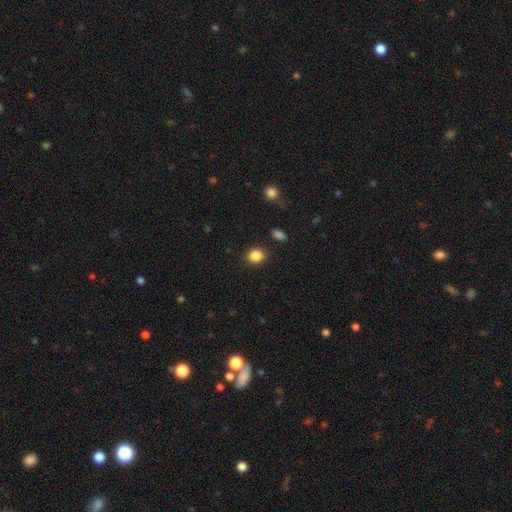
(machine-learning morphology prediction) This is clearly a smooth galaxy (86%). How rounded: likely round (72%). Merging: clearly none (89%).